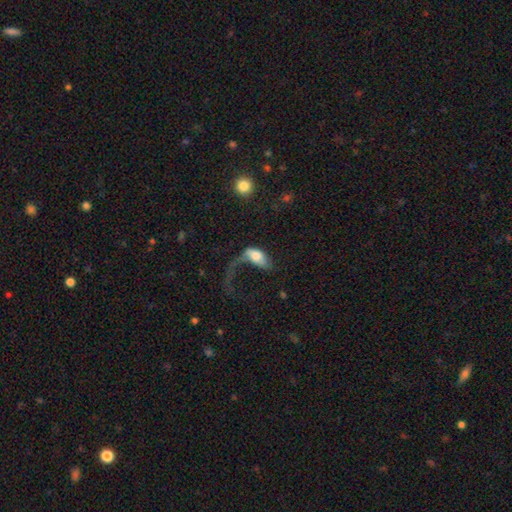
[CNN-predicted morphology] smooth-or-featured: smooth: 57% | featured or disk: 36% | star or artifact: 7%
  how-rounded: in between: 86% | round: 7% | cigar-shaped: 7%
  merging: major disturbance: 69% | none: 14% | minor disturbance: 11% | merger: 7%